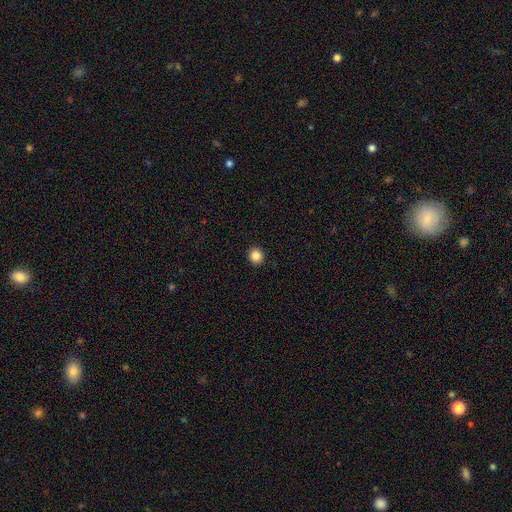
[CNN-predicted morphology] smooth-or-featured: smooth: 86% | star or artifact: 10% | featured or disk: 3%
  how-rounded: round: 88% | in between: 11% | cigar-shaped: 1%
  merging: none: 93% | minor disturbance: 5% | major disturbance: 2% | merger: 1%